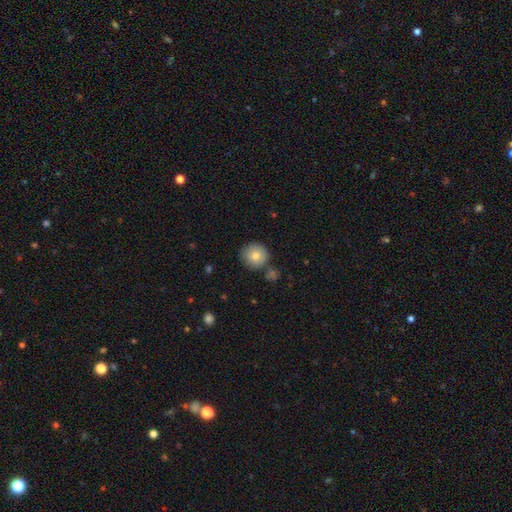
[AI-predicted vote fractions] Morphology: type=smooth (80%); roundness=round (94%); merging=none (80%).